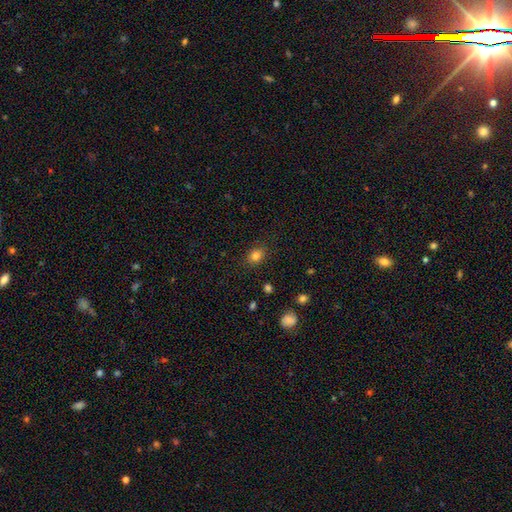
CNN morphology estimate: Q: Smooth or featured?
A: smooth (81%); runner-up: star or artifact (12%)
Q: How rounded?
A: in between (51%); runner-up: round (48%)
Q: Merging?
A: none (86%); runner-up: minor disturbance (10%)